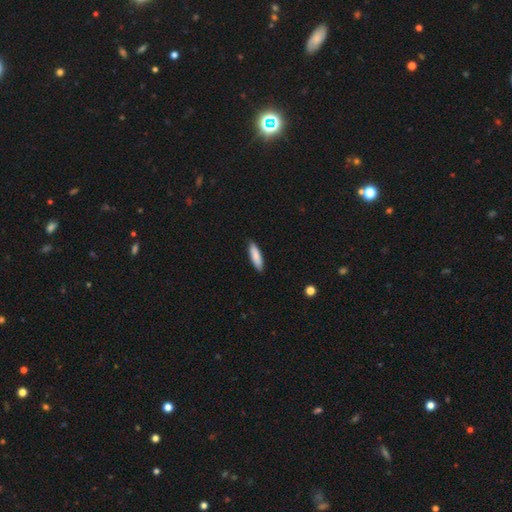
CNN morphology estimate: The model was most divided on "how rounded": cigar-shaped: 66%, in between: 33%, round: 1%. More confident: merging — none (87%); smooth or featured — smooth (86%).